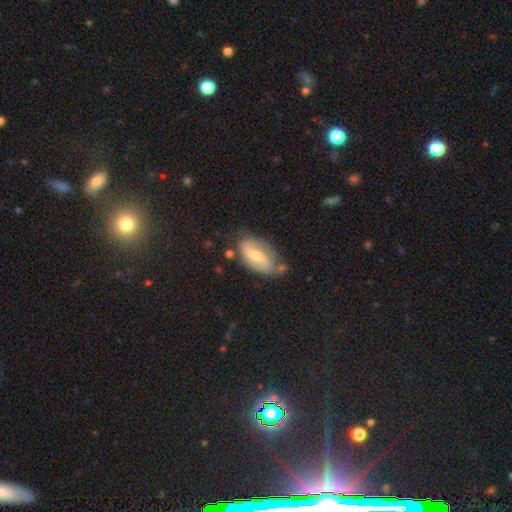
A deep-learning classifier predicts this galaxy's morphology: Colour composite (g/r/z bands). It shows a featured or disk galaxy (60%) with a weak bar (48%), spiral arms (85%) and a moderate central bulge (45%). Merging: none (58%).